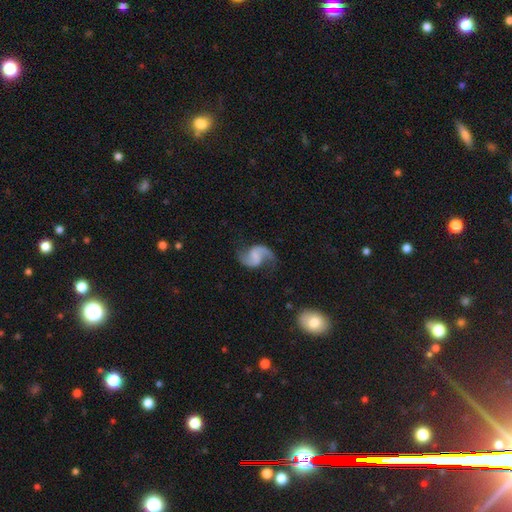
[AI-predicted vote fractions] Q: Smooth or featured?
A: featured or disk (88%); runner-up: smooth (7%)
Q: Edge-on disk?
A: no (98%); runner-up: yes (2%)
Q: Bar?
A: weak (46%); runner-up: no (39%)
Q: Spiral arms?
A: yes (97%); runner-up: no (3%)
Q: Spiral winding?
A: loose (61%); runner-up: medium (33%)
Q: Spiral arm count?
A: 2 (93%); runner-up: 1 (3%)
Q: Bulge size?
A: none (59%); runner-up: small (23%)
Q: Merging?
A: none (74%); runner-up: minor disturbance (16%)